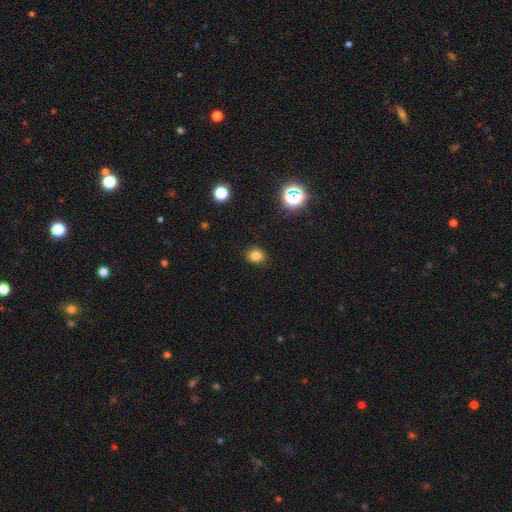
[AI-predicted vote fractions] Q: Smooth or featured?
A: smooth (80%); runner-up: star or artifact (15%)
Q: How rounded?
A: round (73%); runner-up: in between (27%)
Q: Merging?
A: none (88%); runner-up: minor disturbance (8%)